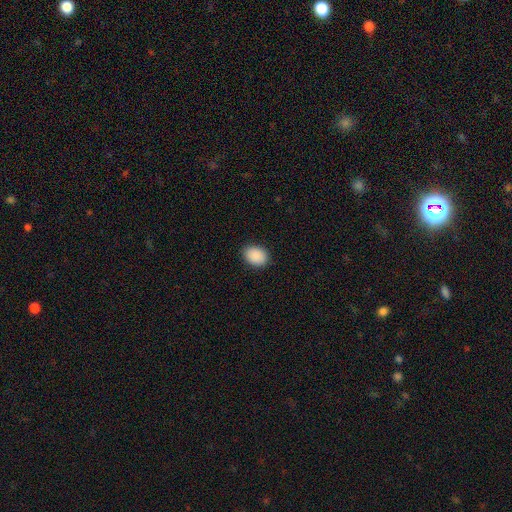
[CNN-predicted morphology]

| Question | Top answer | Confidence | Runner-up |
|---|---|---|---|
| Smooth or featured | smooth | 90% | star or artifact (7%) |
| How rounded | in between | 68% | round (31%) |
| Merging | none | 88% | minor disturbance (9%) |